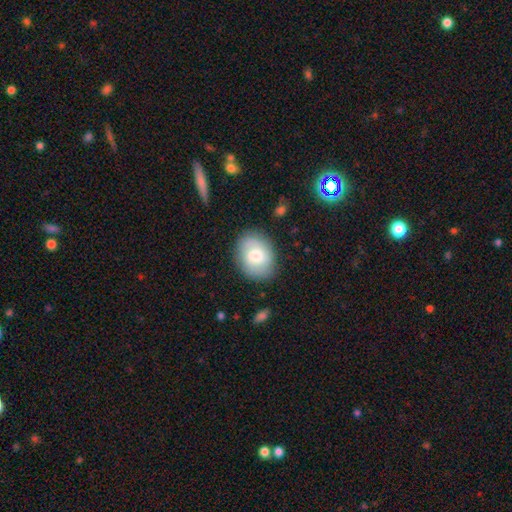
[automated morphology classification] This appears to be a smooth galaxy with no disk features (56%) that is in between round and cigar-shaped (55%). Merging: none (82%).